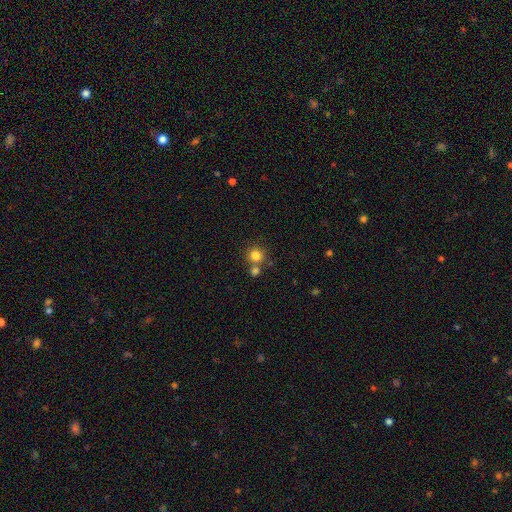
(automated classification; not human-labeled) Morphology: type=smooth (82%); roundness=round (90%); merging=none (64%).